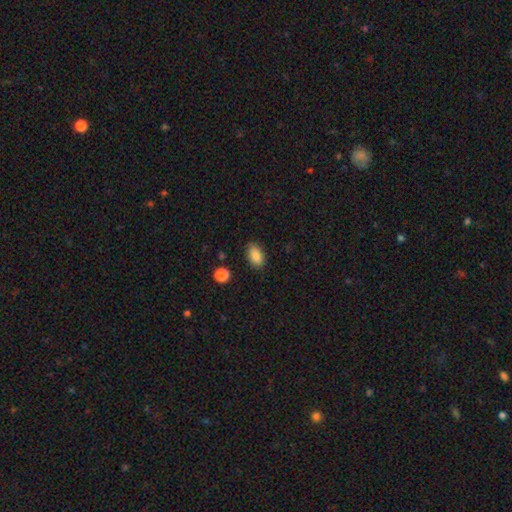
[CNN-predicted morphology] A smooth galaxy with no disk features (86%) that is in between round and cigar-shaped (91%). Merging: none (85%).